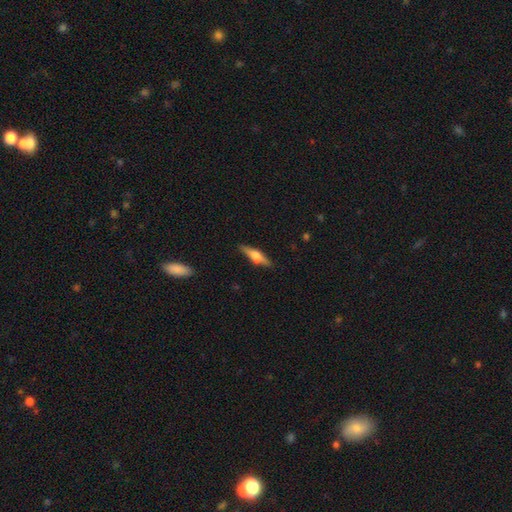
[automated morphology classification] Smooth or featured?
  - featured or disk: 61% *
  - smooth: 33%
  - star or artifact: 6%
Edge-on disk?
  - yes: 96% *
  - no: 4%
Edge-on bulge?
  - rounded: 86% *
  - boxy: 11%
  - none: 3%
Merging?
  - none: 86% *
  - minor disturbance: 10%
  - major disturbance: 2%
  - merger: 1%